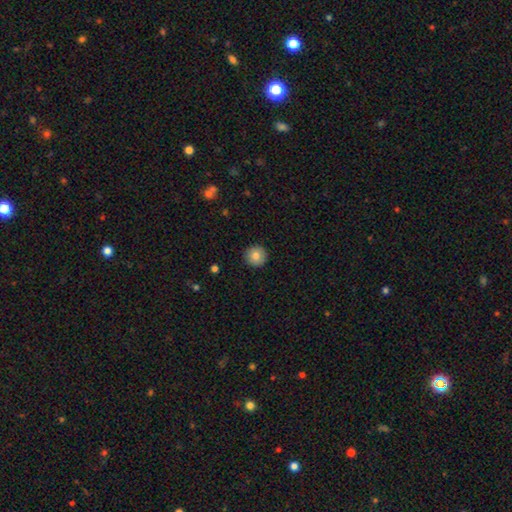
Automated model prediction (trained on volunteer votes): Smooth or featured? Predicted: smooth (p=0.83). How rounded? Predicted: round (p=0.95). Merging? Predicted: none (p=0.92).